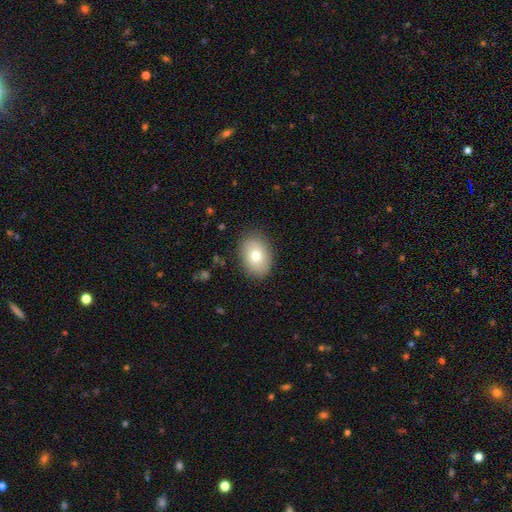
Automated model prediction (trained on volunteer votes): smooth 76%, featured or disk 16%, star or artifact 8%. Down the decision tree: how rounded — in between (72%); merging — none (85%).